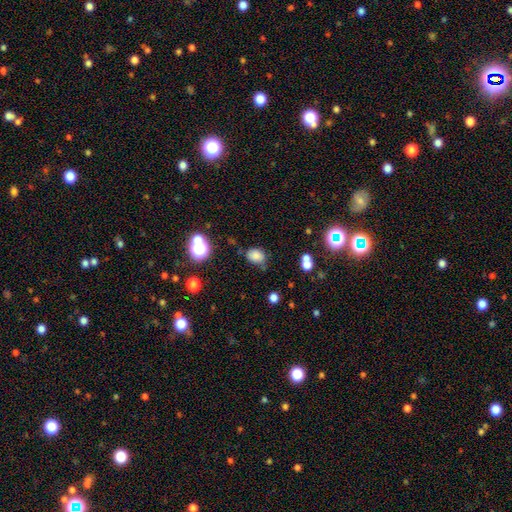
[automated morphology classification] A smooth galaxy with no disk features (79%) that is in between round and cigar-shaped (67%). Merging: none (67%).